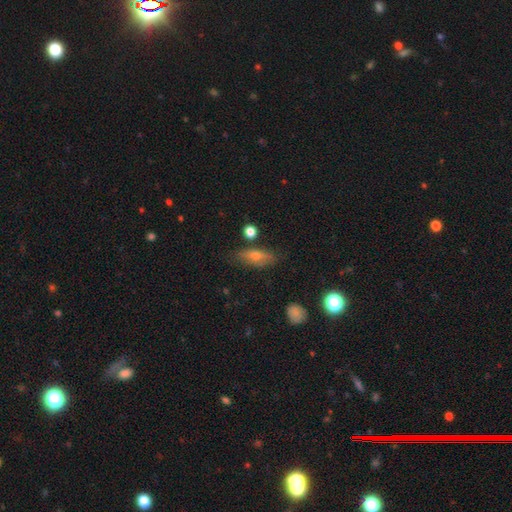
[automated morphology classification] smooth 52%, featured or disk 37%, star or artifact 11%. Down the decision tree: how rounded — in between (54%); merging — none (77%).